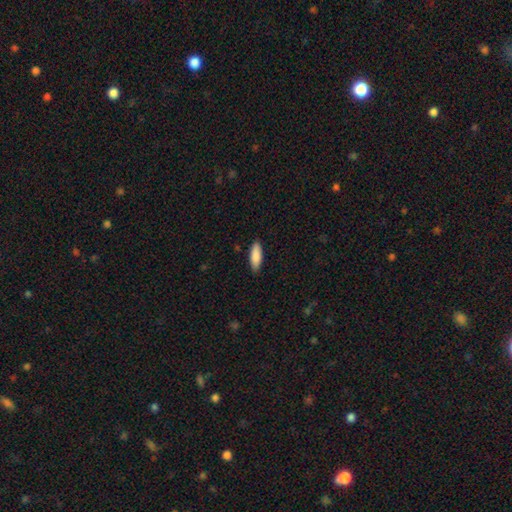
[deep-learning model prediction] Morphology: type=smooth (88%); roundness=in between (59%); merging=none (88%).